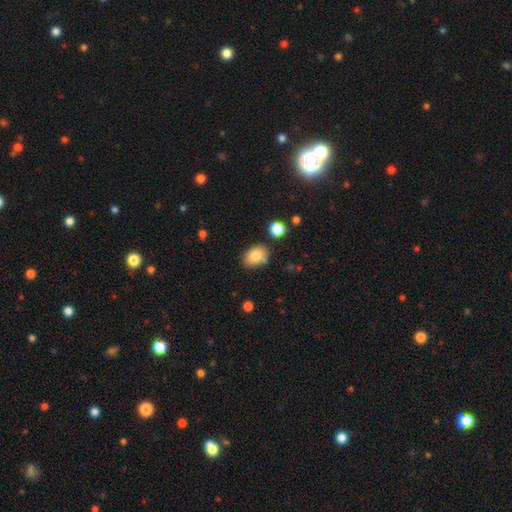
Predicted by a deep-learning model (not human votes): smooth 81%, featured or disk 10%, star or artifact 9%. Down the decision tree: how rounded — in between (80%); merging — none (76%).